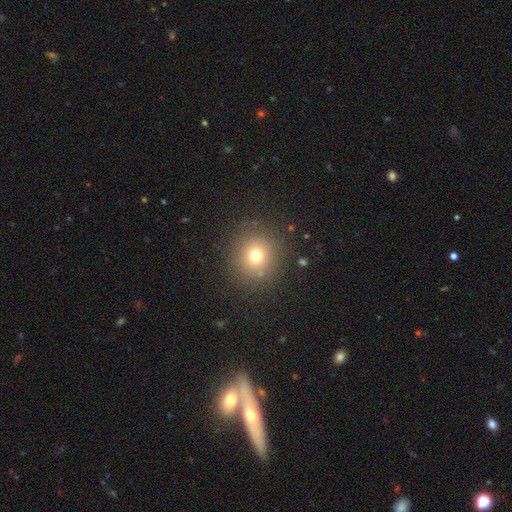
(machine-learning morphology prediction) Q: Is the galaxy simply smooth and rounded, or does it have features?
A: smooth — 71%.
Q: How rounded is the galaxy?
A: round — 89%.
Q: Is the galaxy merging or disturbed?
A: none — 85%.